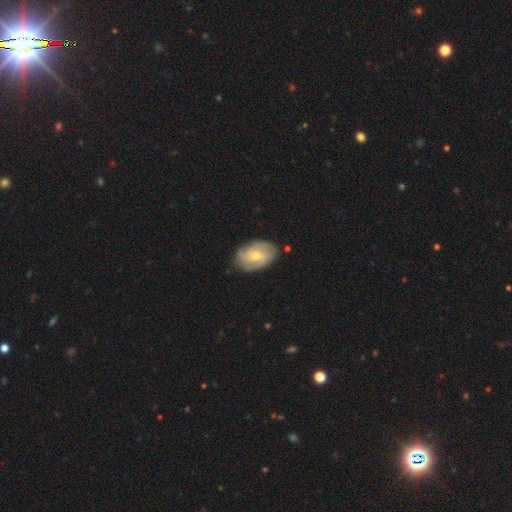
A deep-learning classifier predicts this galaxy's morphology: Smooth or featured? featured or disk (78%)
Edge-on disk? no (97%)
Bar? no (54%)
Spiral arms? yes (95%)
Spiral winding? tight (56%)
Spiral arm count? 3 (38%)
Bulge size? moderate (51%)
Merging? none (81%)